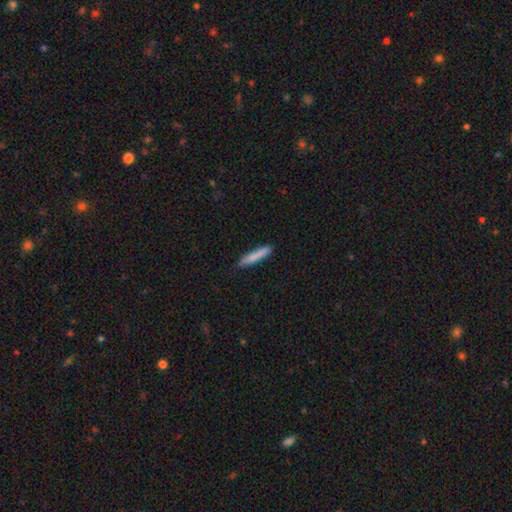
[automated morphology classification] Smooth or featured? Predicted: smooth (p=0.81). How rounded? Predicted: cigar-shaped (p=0.90). Merging? Predicted: none (p=0.84).